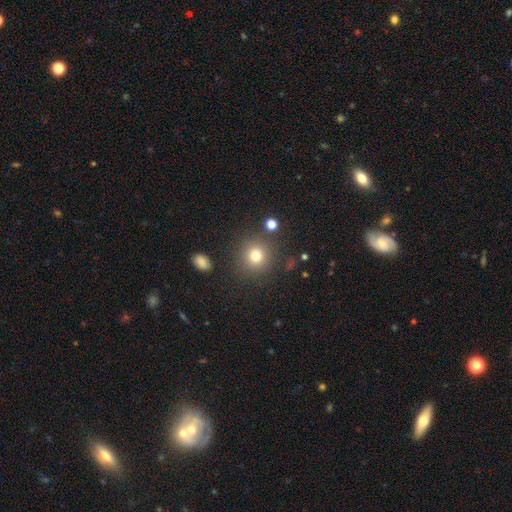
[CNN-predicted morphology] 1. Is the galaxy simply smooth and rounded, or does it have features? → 78% smooth, 14% star or artifact, 8% featured or disk.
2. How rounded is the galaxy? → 92% round, 7% in between, 1% cigar-shaped.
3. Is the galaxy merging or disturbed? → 85% none, 8% minor disturbance, 4% major disturbance, 3% merger.